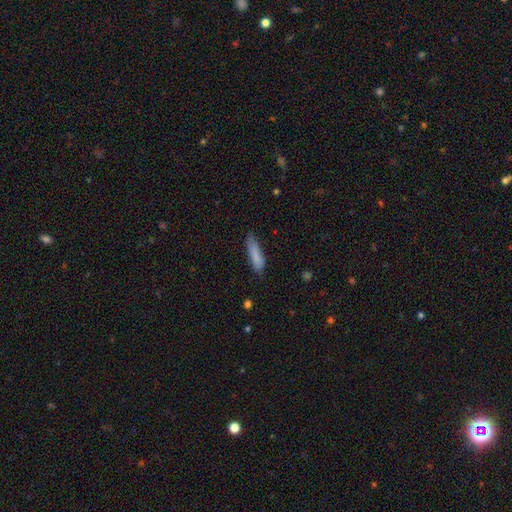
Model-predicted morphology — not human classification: smooth-or-featured: smooth: 84% | featured or disk: 9% | star or artifact: 6%
  how-rounded: cigar-shaped: 73% | in between: 25% | round: 1%
  merging: none: 74% | minor disturbance: 20% | major disturbance: 4% | merger: 2%